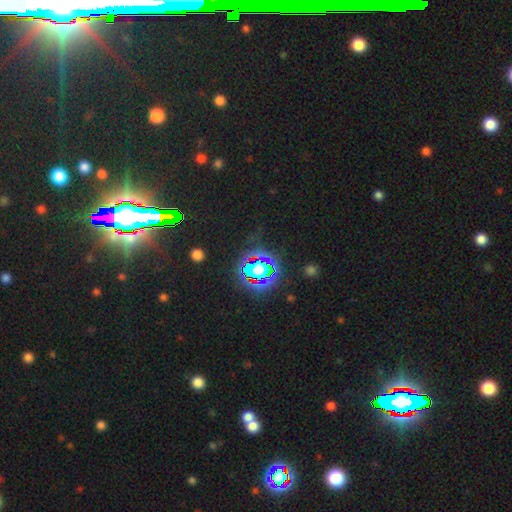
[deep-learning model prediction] Smooth or featured?
  - star or artifact: 83% *
  - smooth: 9%
  - featured or disk: 7%